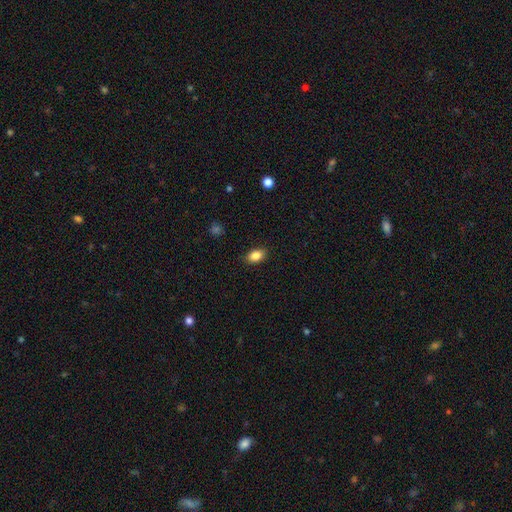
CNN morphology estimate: type=smooth (85%); roundness=in between (84%); merging=none (88%).